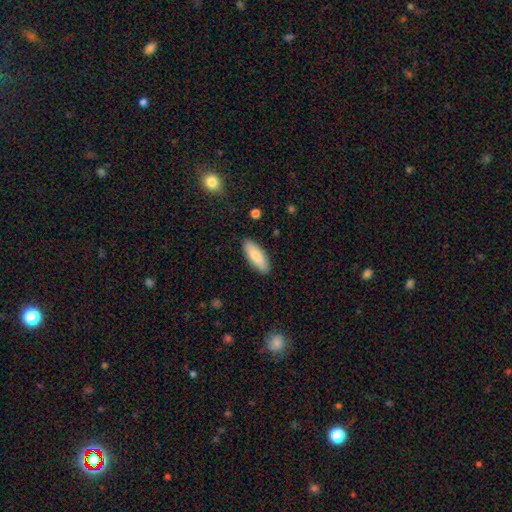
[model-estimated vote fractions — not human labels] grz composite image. It shows a smooth galaxy with no disk features (83%) that is in between round and cigar-shaped (72%). Merging: none (88%).